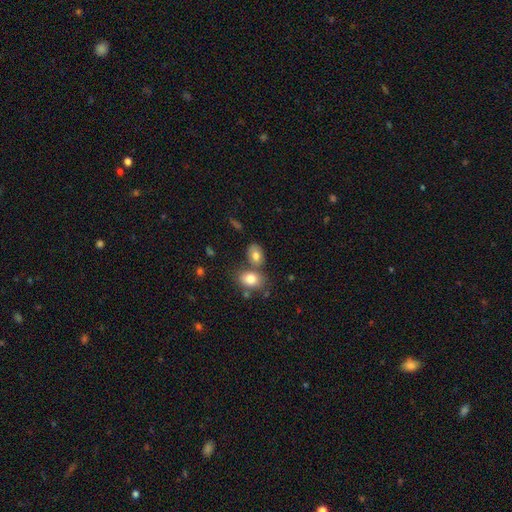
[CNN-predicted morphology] type=smooth (79%); roundness=in between (81%); merging=none (54%).